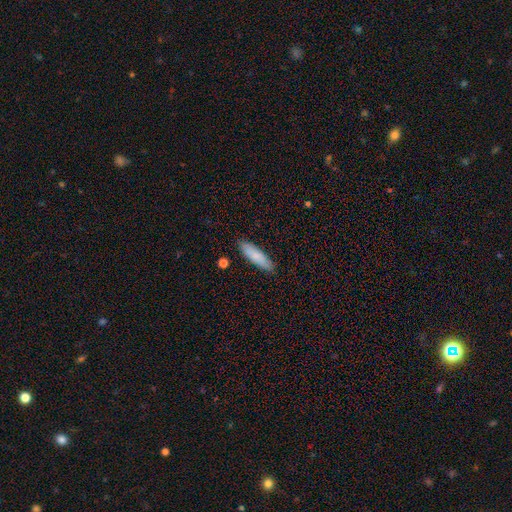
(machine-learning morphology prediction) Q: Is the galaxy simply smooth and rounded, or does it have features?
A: smooth — 83%.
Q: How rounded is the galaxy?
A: cigar-shaped — 65%.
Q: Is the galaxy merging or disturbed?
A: none — 87%.